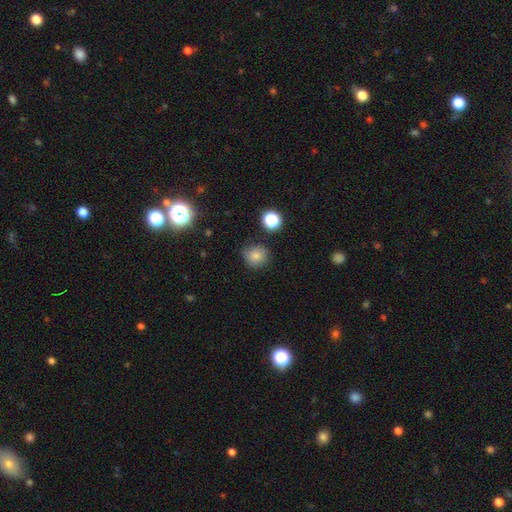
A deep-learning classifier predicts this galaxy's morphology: Smooth or featured: smooth — 78% (star or artifact — 14%)
How rounded: round — 89% (in between — 10%)
Merging: none — 81% (minor disturbance — 13%)